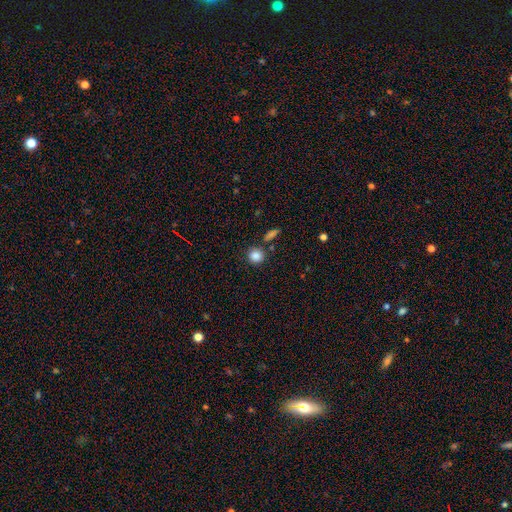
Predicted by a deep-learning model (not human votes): smooth_or_featured: smooth (p=0.86) [alt: star or artifact p=0.10]
how_rounded: round (p=0.88) [alt: in between p=0.10]
merging: none (p=0.79) [alt: minor disturbance p=0.09]